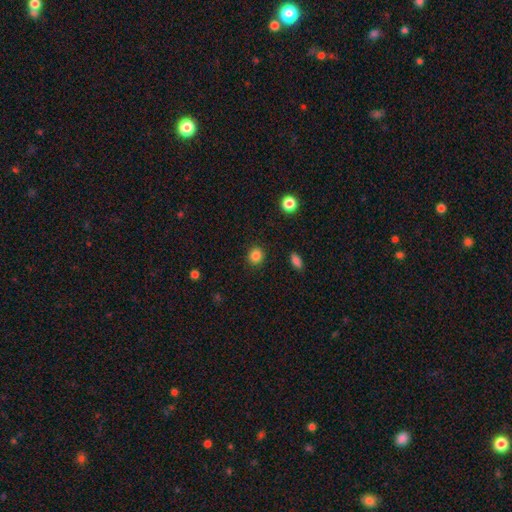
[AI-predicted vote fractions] smooth-or-featured: smooth: 85% | star or artifact: 11% | featured or disk: 4%
  how-rounded: round: 84% | in between: 15% | cigar-shaped: 1%
  merging: none: 91% | minor disturbance: 6% | major disturbance: 2% | merger: 1%